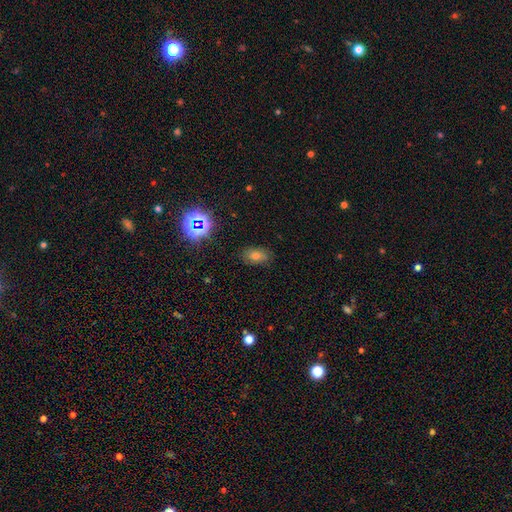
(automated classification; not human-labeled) This appears to be a smooth galaxy with no disk features (65%) that is in between round and cigar-shaped (85%). Merging: none (80%).